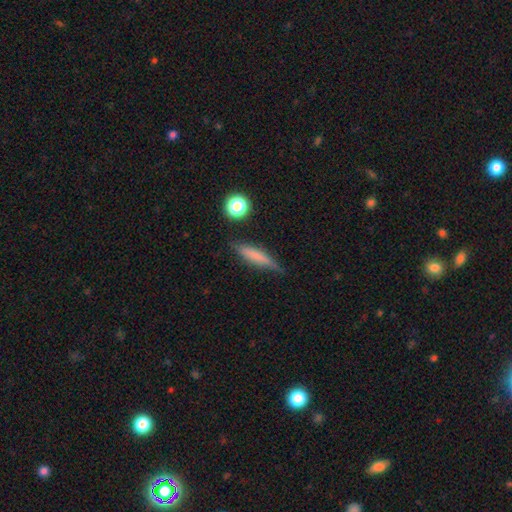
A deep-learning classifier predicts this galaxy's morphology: smooth 64%, featured or disk 28%, star or artifact 9%. Down the decision tree: how rounded — cigar-shaped (82%); merging — none (75%).